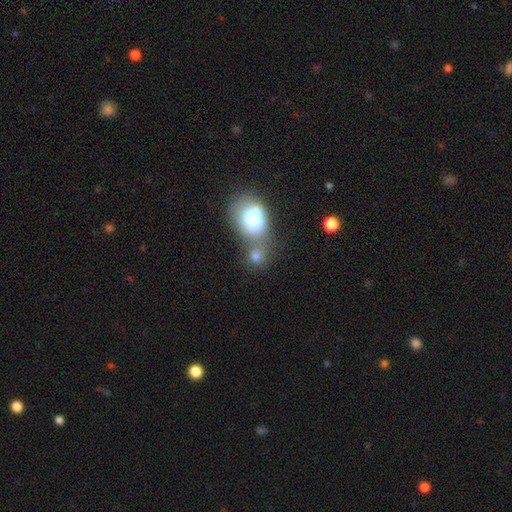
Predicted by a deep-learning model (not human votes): Smooth or featured? Predicted: smooth (p=0.75). How rounded? Predicted: round (p=0.56). Merging? Predicted: merger (p=0.52).